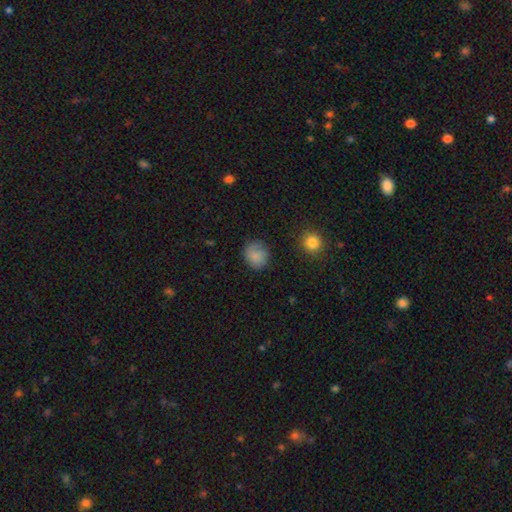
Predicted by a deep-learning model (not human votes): smooth_or_featured: smooth (p=0.83) [alt: star or artifact p=0.09]
how_rounded: round (p=0.74) [alt: in between p=0.25]
merging: none (p=0.74) [alt: minor disturbance p=0.19]